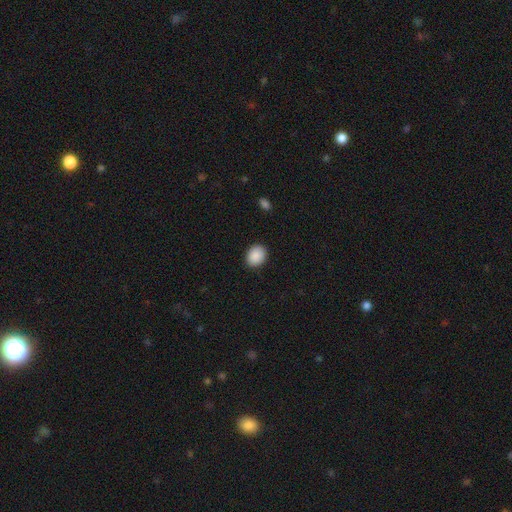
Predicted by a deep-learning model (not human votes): smooth-or-featured: smooth: 90% | star or artifact: 7% | featured or disk: 3%
  how-rounded: round: 50% (tied) | in between: 50% (tied) | cigar-shaped: 1%
  merging: none: 89% | minor disturbance: 8% | major disturbance: 2% | merger: 1%